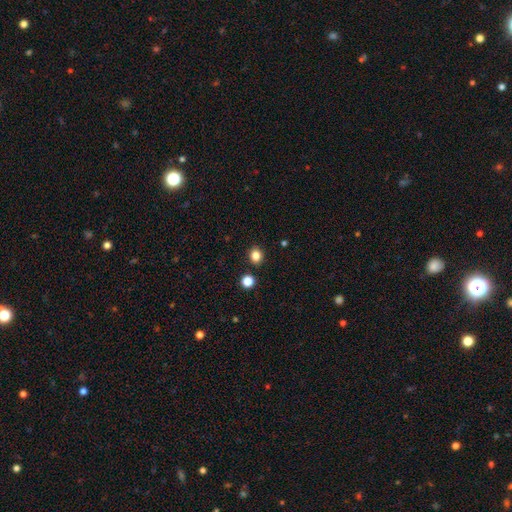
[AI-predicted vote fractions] Smooth or featured?
  - smooth: 83% *
  - star or artifact: 13%
  - featured or disk: 4%
How rounded?
  - round: 72% *
  - in between: 27%
  - cigar-shaped: 1%
Merging?
  - none: 88% *
  - minor disturbance: 7%
  - merger: 3%
  - major disturbance: 2%